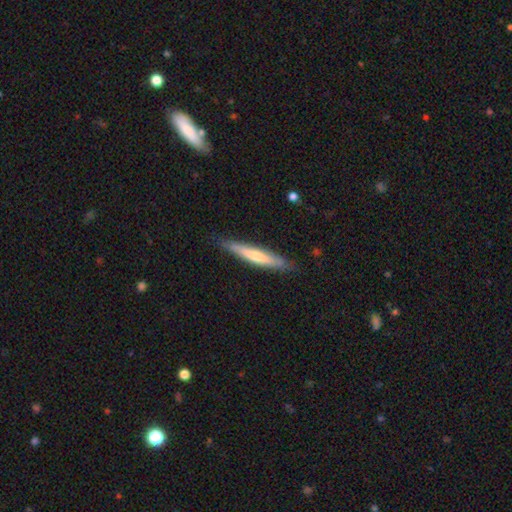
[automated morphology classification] smooth_or_featured: smooth (p=0.51) [alt: featured or disk p=0.44]
how_rounded: cigar-shaped (p=0.93) [alt: in between p=0.05]
merging: none (p=0.84) [alt: minor disturbance p=0.12]